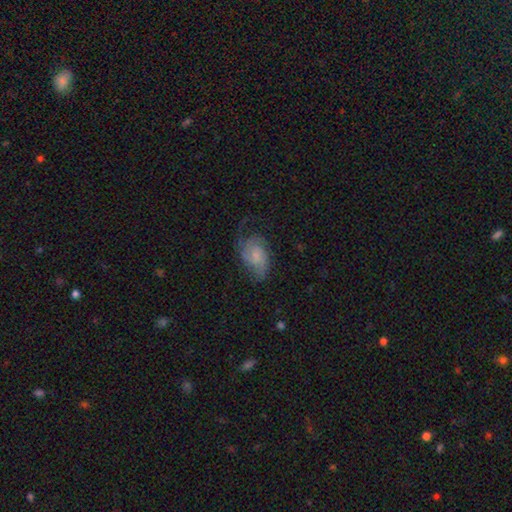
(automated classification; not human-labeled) This is likely a featured or disk galaxy (61%). It is clearly not viewed edge-on (97%). Bar: likely no (63%). Spiral arm pattern: clearly yes (89%). Spiral arm count: possibly 2 (54%). Spiral winding: marginally medium (43%). Central bulge: marginally small (43%). Merging: possibly none (50%).